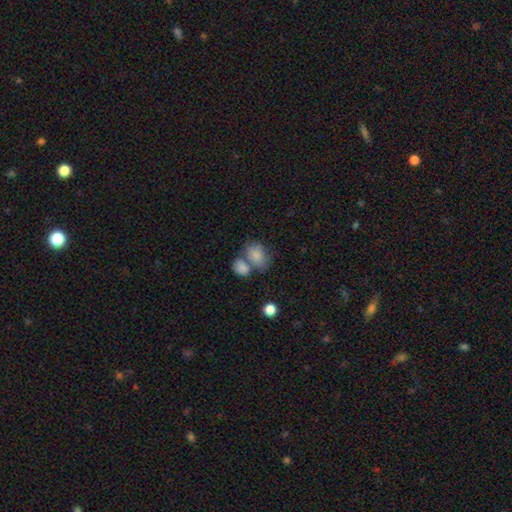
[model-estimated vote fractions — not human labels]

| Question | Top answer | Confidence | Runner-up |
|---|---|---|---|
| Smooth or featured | smooth | 81% | featured or disk (11%) |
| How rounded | in between | 71% | round (28%) |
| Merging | merger | 48% | none (32%) |